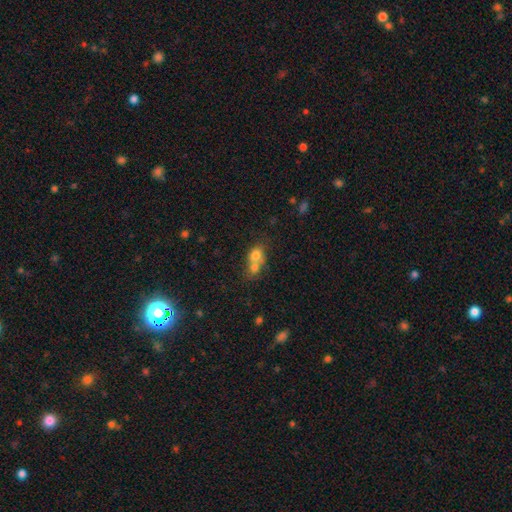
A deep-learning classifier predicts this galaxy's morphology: Smooth or featured? smooth (72%)
How rounded? round (59%)
Merging? merger (67%)